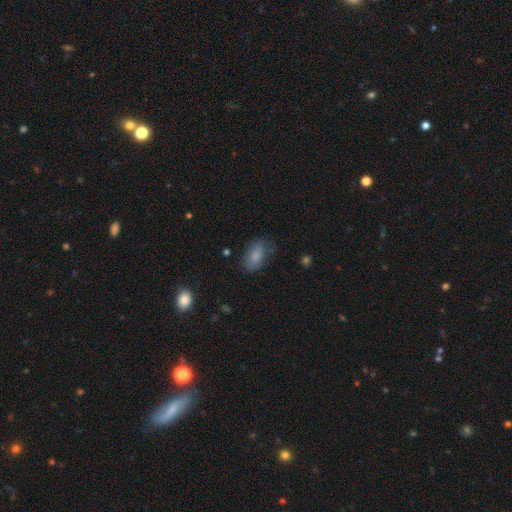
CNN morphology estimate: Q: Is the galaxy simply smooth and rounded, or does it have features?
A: smooth — 80%.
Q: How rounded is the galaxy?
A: in between — 91%.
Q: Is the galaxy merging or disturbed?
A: none — 67%.